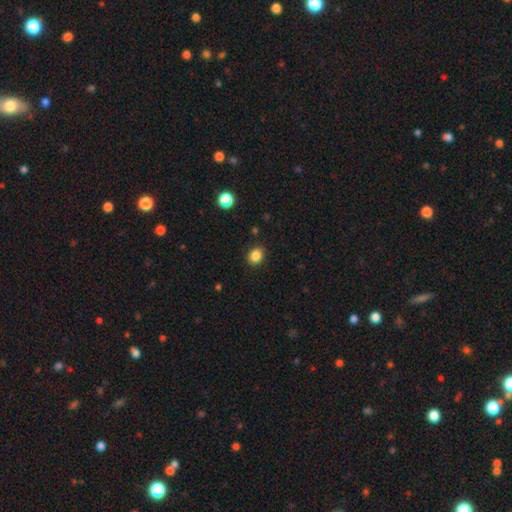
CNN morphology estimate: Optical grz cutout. It shows a smooth galaxy with no disk features (85%) that is round (73%). Merging: none (89%).